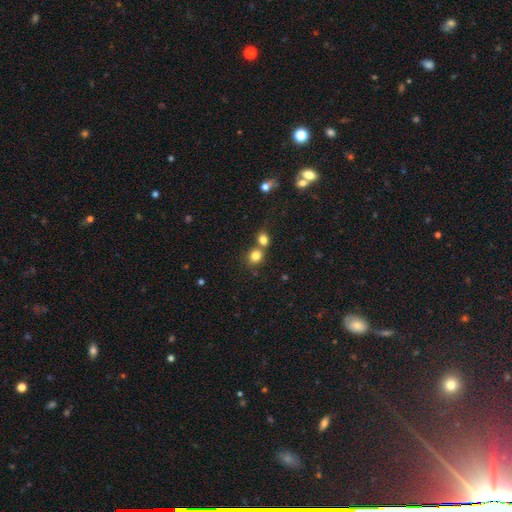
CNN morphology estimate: The model was most divided on "merging": none: 49%, merger: 41%, minor disturbance: 7%, major disturbance: 3%. More confident: smooth or featured — smooth (81%); how rounded — round (75%).